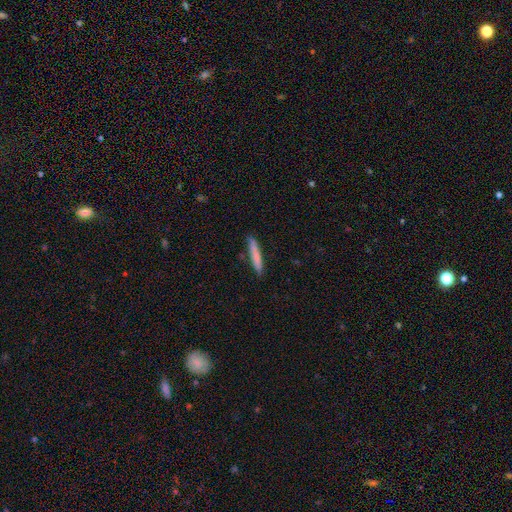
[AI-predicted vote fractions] The model was most divided on "smooth or featured": smooth: 77%, featured or disk: 17%, star or artifact: 6%. More confident: how rounded — cigar-shaped (93%); merging — none (86%).